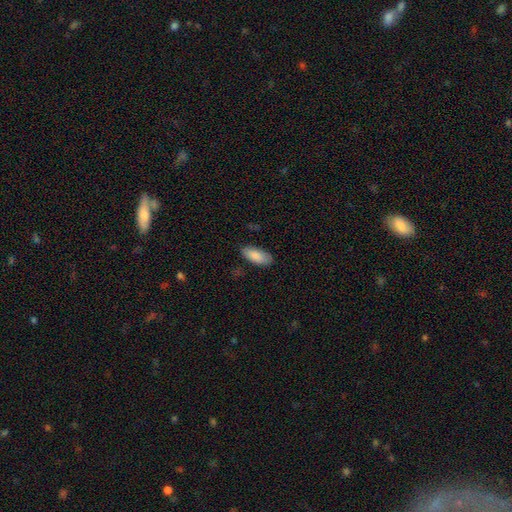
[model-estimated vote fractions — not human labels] Smooth or featured: smooth — 88% (featured or disk — 6%)
How rounded: in between — 87% (cigar-shaped — 11%)
Merging: none — 83% (minor disturbance — 13%)